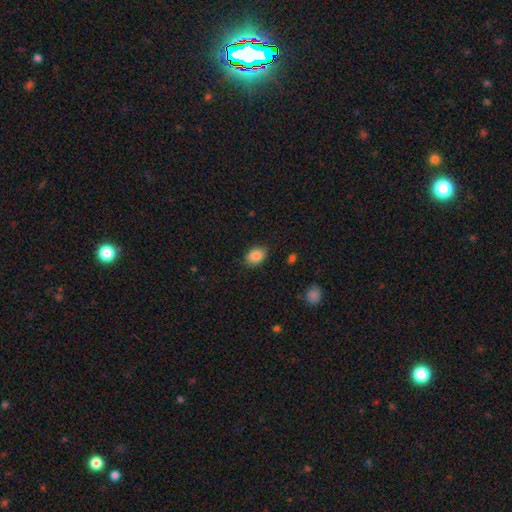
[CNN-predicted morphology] Smooth or featured? Predicted: smooth (p=0.87). How rounded? Predicted: in between (p=0.74). Merging? Predicted: none (p=0.83).